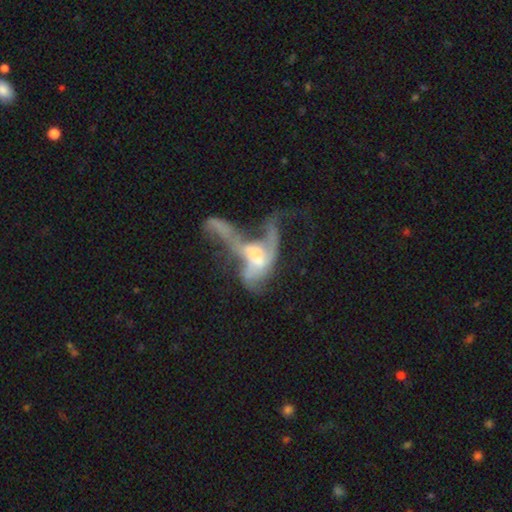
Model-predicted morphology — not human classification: Q: Smooth or featured?
A: featured or disk (66%); runner-up: smooth (24%)
Q: Edge-on disk?
A: no (93%); runner-up: yes (7%)
Q: Bar?
A: no (57%); runner-up: weak (28%)
Q: Spiral arms?
A: yes (52%); runner-up: no (48%)
Q: Bulge size?
A: moderate (34%); runner-up: none (24%)
Q: Merging?
A: merger (54%); runner-up: major disturbance (33%)